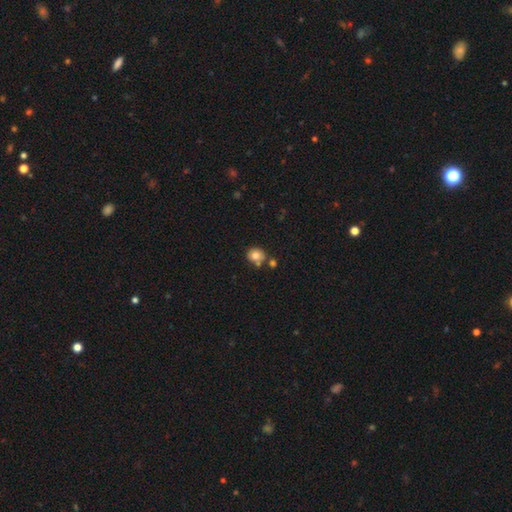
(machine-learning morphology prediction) A smooth galaxy with no disk features (76%) that is round (77%). Merging: none (64%).